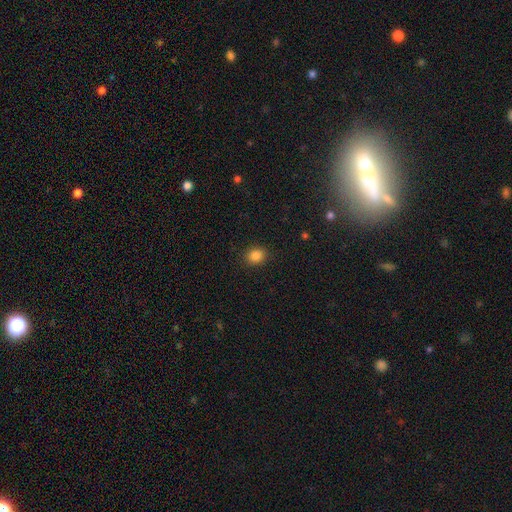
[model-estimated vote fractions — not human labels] Overall: smooth (85%). How rounded: round (62%; in between 37%). Merging: none (89%).